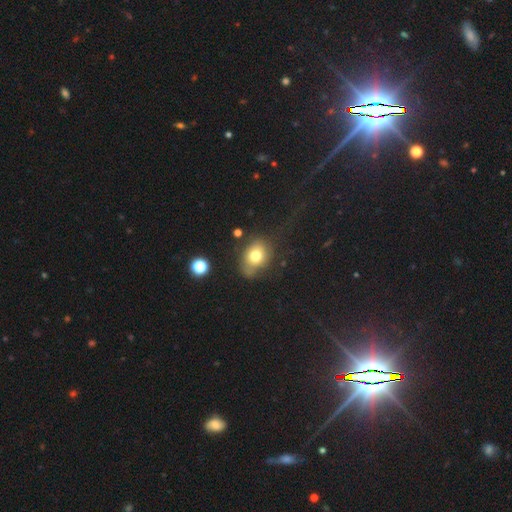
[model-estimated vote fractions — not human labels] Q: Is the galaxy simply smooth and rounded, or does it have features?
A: smooth — 73%.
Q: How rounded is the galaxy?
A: in between — 58%.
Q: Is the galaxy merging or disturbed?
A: none — 55%.